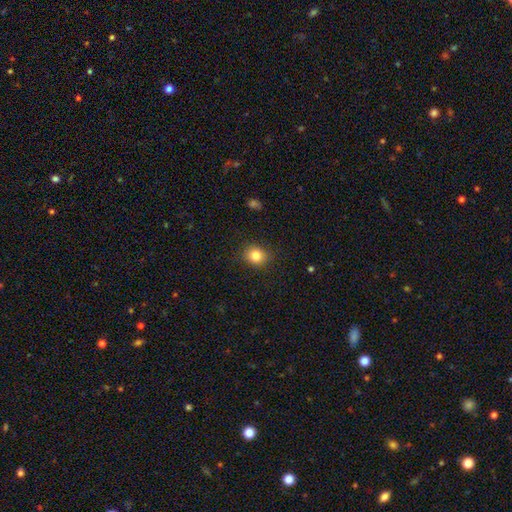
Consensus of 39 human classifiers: Q: Smooth or featured?
A: smooth (90%); runner-up: featured or disk (5%)
Q: How rounded?
A: round (80%); runner-up: in between (20%)
Q: Merging?
A: none (92%); runner-up: minor disturbance (5%)